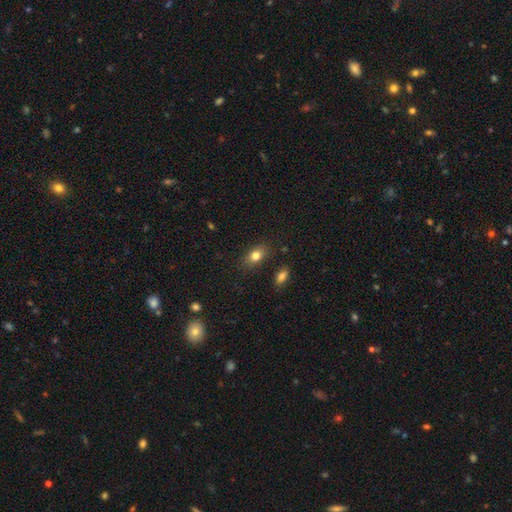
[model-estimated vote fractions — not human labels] Smooth or featured? Predicted: smooth (p=0.80). How rounded? Predicted: in between (p=0.81). Merging? Predicted: none (p=0.82).